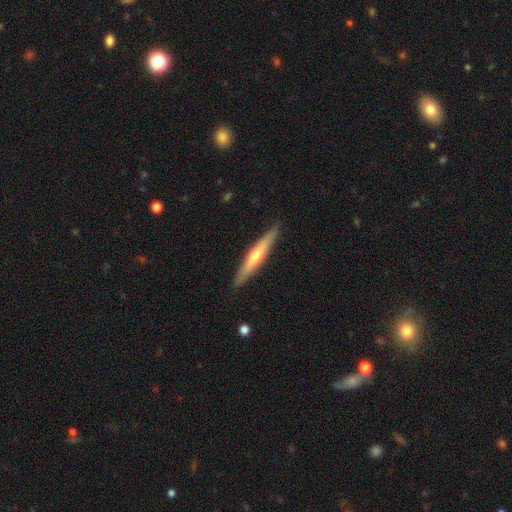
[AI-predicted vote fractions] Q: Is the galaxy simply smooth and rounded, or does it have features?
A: featured or disk — 55%.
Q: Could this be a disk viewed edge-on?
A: yes — 95%.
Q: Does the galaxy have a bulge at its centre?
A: rounded — 78%.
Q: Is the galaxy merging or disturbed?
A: none — 90%.